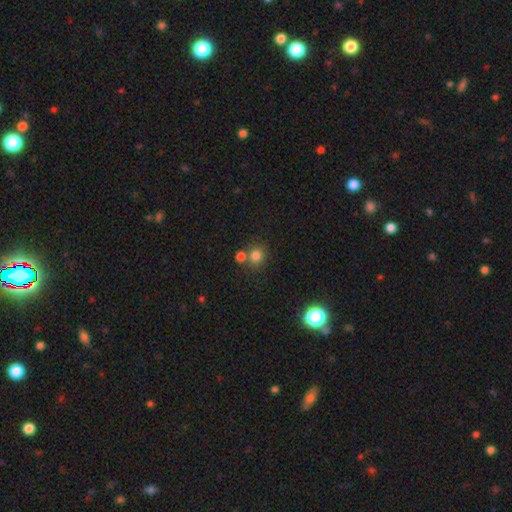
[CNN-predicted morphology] A smooth galaxy with no disk features (79%) that is round (85%).

Vote fractions:
- Smooth or featured? smooth: 79% / star or artifact: 14% / featured or disk: 7%
- How rounded? round: 85% / in between: 14% / cigar-shaped: 1%
- Merging? none: 62% / merger: 27% / minor disturbance: 9% / major disturbance: 3%